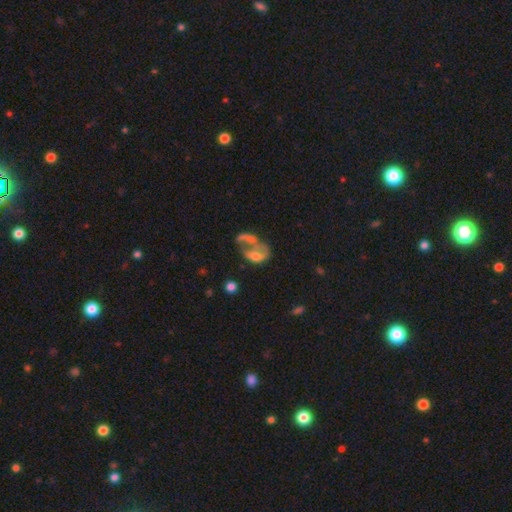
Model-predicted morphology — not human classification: A featured or disk galaxy (49%).

Vote fractions:
- Smooth or featured? featured or disk: 49% / smooth: 40% / star or artifact: 11%
- Merging? major disturbance: 40% / merger: 32% / none: 16% / minor disturbance: 12%